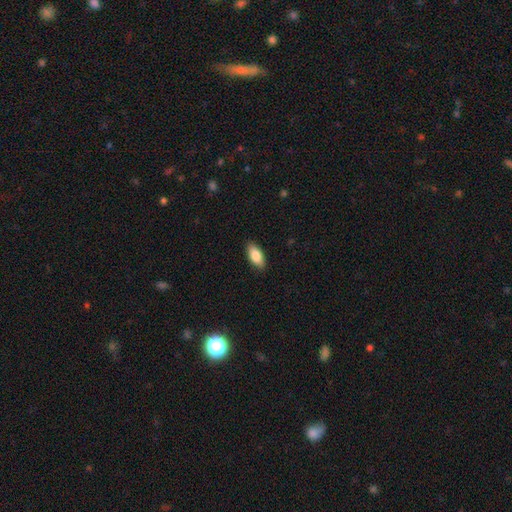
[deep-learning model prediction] Smooth or featured? Predicted: smooth (p=0.84). How rounded? Predicted: in between (p=0.88). Merging? Predicted: none (p=0.89).